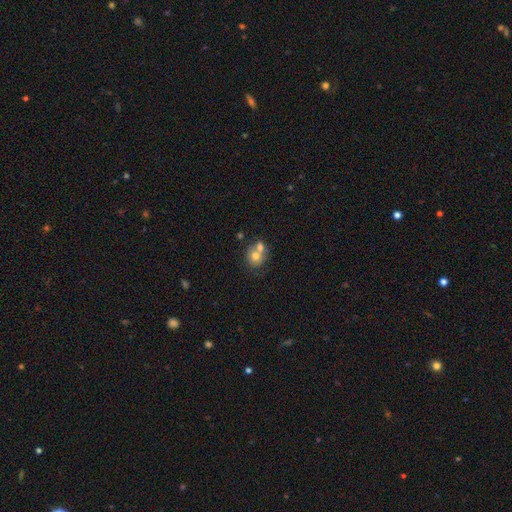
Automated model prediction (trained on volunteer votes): The model was most divided on "merging": merger: 54%, none: 35%, minor disturbance: 8%, major disturbance: 3%. More confident: how rounded — round (73%); smooth or featured — smooth (69%).